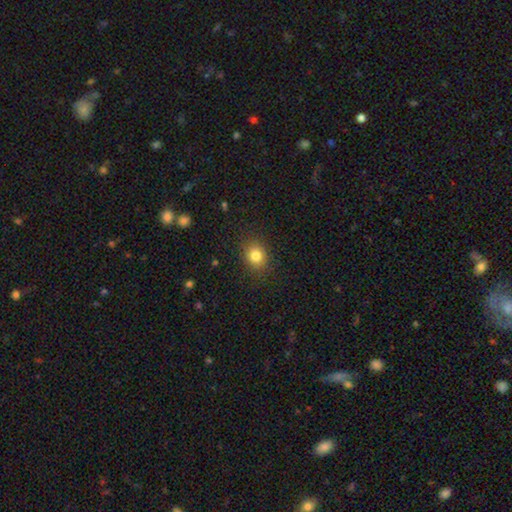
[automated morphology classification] Overall: smooth (82%). How rounded: round (65%; in between 34%). Merging: none (87%).